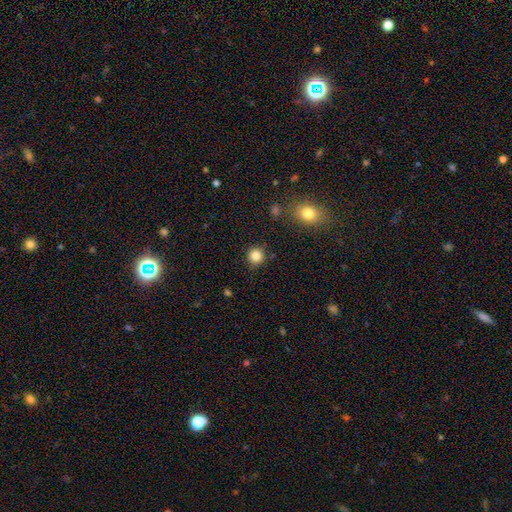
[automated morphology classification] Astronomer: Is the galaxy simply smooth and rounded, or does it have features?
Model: smooth — 84%.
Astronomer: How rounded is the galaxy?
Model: round — 93%.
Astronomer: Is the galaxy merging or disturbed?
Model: none — 88%.